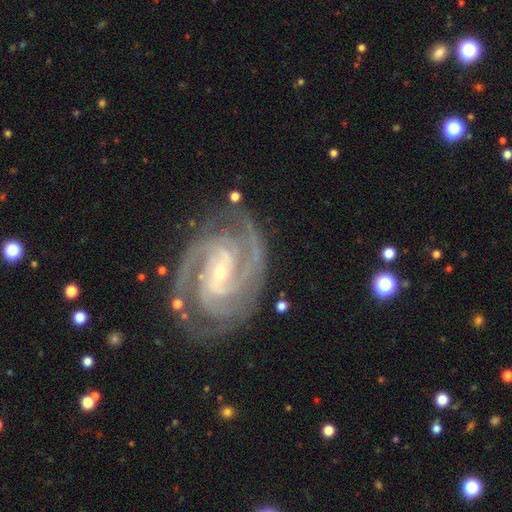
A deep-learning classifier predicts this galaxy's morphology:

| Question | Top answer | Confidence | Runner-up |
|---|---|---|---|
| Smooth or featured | featured or disk | 93% | star or artifact (4%) |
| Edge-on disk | no | 97% | yes (3%) |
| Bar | weak | 39% | strong (31%) |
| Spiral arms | yes | 99% | no (1%) |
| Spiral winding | tight | 68% | medium (30%) |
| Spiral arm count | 2 | 42% | 3 (30%) |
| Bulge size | small | 70% | moderate (27%) |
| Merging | none | 78% | minor disturbance (15%) |